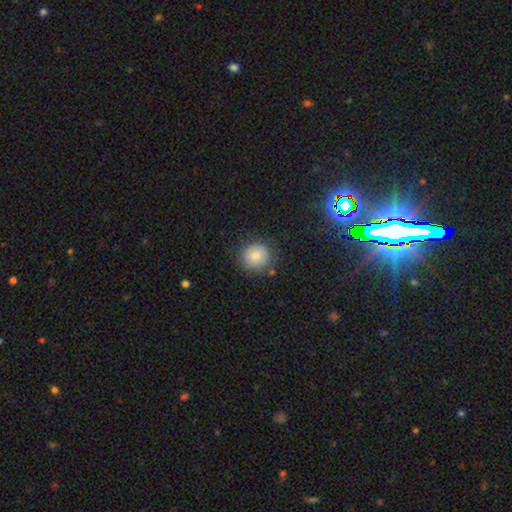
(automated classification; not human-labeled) smooth-or-featured: smooth: 79% | featured or disk: 11% | star or artifact: 10%
  how-rounded: round: 92% | in between: 7% | cigar-shaped: 1%
  merging: none: 82% | minor disturbance: 12% | major disturbance: 4% | merger: 2%